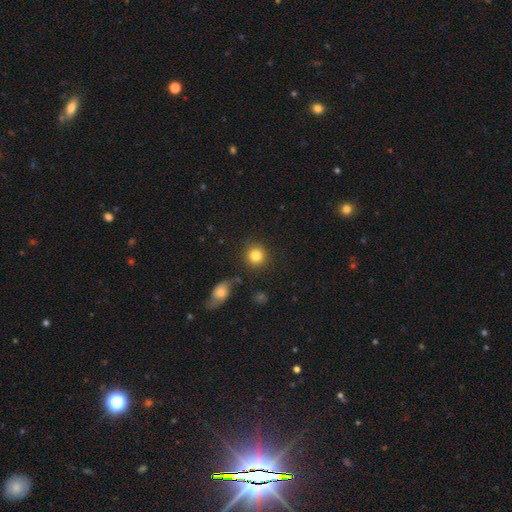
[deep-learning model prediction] Smooth or featured?
  - smooth: 84% *
  - star or artifact: 10%
  - featured or disk: 7%
How rounded?
  - round: 90% *
  - in between: 9%
  - cigar-shaped: 1%
Merging?
  - none: 86% *
  - minor disturbance: 8%
  - merger: 4%
  - major disturbance: 3%